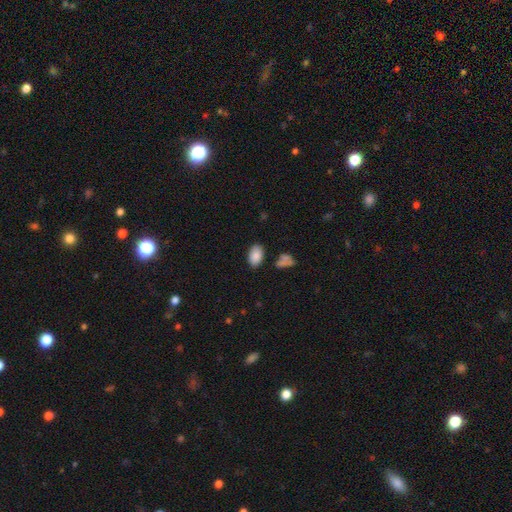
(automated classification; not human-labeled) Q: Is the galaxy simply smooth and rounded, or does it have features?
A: smooth — 87%.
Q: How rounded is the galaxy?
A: in between — 92%.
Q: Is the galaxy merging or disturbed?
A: none — 80%.